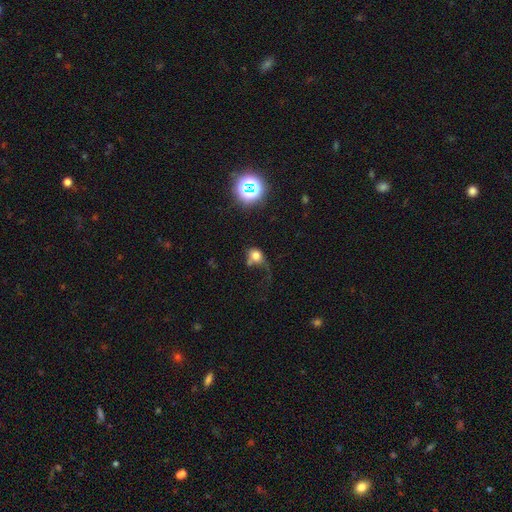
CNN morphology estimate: The model was most divided on "merging": major disturbance: 35%, none: 30%, minor disturbance: 21%, merger: 13%. More confident: smooth or featured — smooth (69%); how rounded — round (63%).